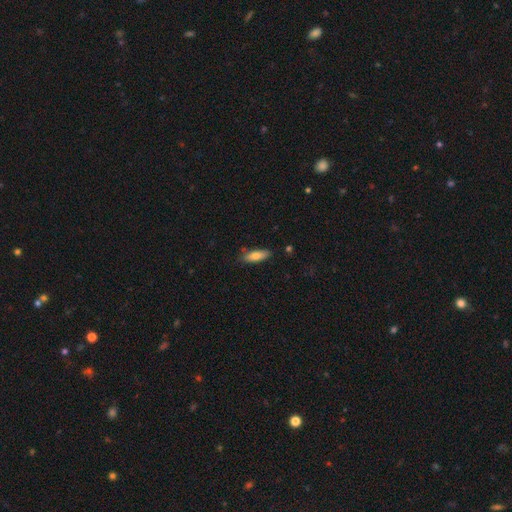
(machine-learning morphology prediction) Overall: smooth (76%). How rounded: in between (58%; cigar-shaped 40%). Merging: none (81%).